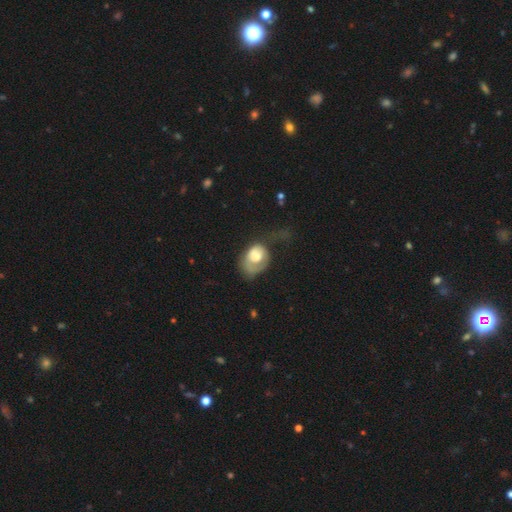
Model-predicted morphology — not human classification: Smooth or featured? smooth (59%)
How rounded? in between (64%)
Merging? major disturbance (50%)